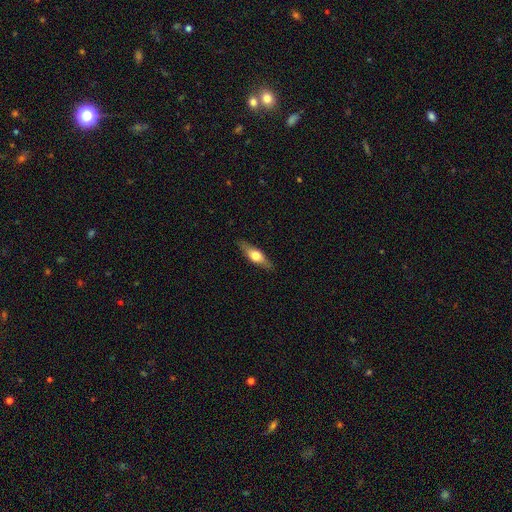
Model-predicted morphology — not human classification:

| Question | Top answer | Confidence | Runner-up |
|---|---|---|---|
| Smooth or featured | smooth | 55% | featured or disk (39%) |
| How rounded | in between | 50% | cigar-shaped (47%) |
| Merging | none | 84% | minor disturbance (12%) |